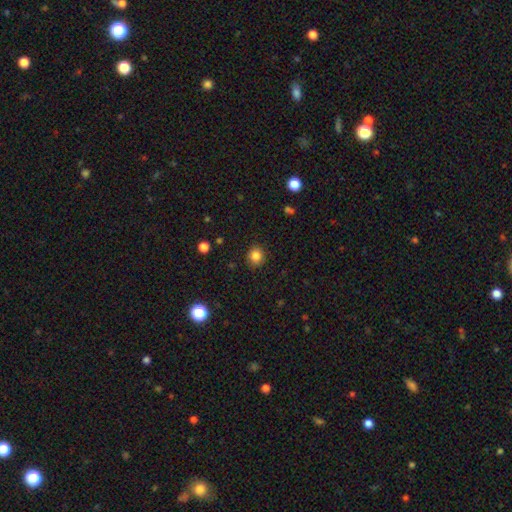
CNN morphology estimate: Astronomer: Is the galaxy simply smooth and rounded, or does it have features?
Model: smooth — 84%.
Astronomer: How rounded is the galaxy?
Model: round — 81%.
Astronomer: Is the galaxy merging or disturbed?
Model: none — 88%.